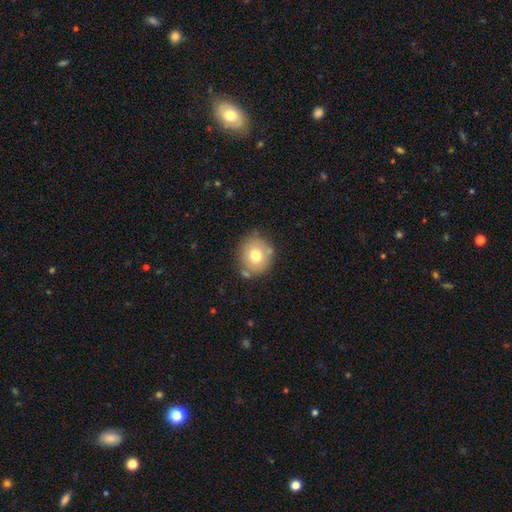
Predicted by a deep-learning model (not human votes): Smooth or featured? Predicted: smooth (p=0.71). How rounded? Predicted: round (p=0.83). Merging? Predicted: none (p=0.73).